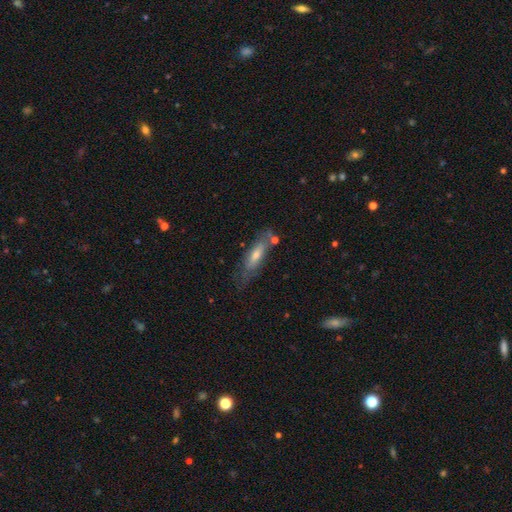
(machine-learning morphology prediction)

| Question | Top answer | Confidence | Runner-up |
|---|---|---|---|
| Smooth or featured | smooth | 48% | featured or disk (44%) |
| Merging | none | 64% | minor disturbance (21%) |